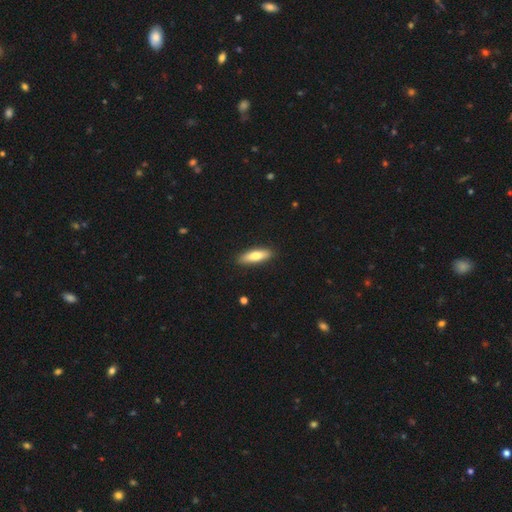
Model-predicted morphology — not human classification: smooth-or-featured: smooth: 70% | featured or disk: 24% | star or artifact: 6%
  how-rounded: cigar-shaped: 52% | in between: 46% | round: 2%
  merging: none: 89% | minor disturbance: 8% | major disturbance: 2% | merger: 1%